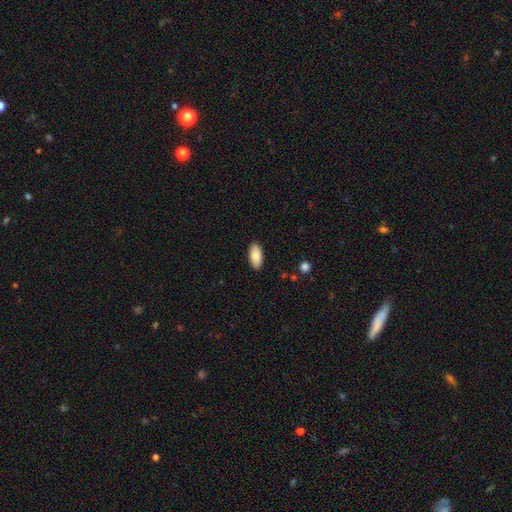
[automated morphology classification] Smooth or featured? smooth (83%)
How rounded? in between (91%)
Merging? none (89%)